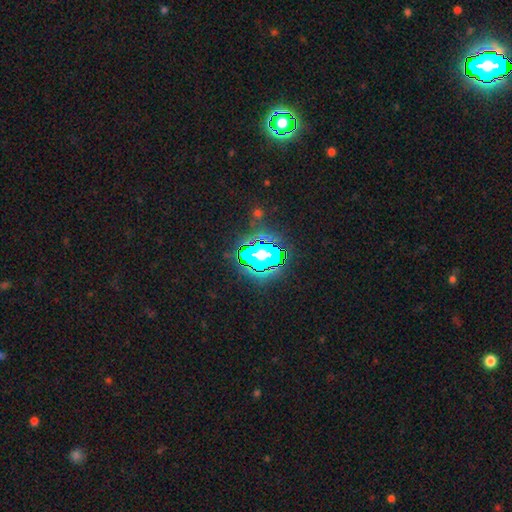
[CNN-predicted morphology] Q: Smooth or featured?
A: star or artifact (73%); runner-up: smooth (15%)